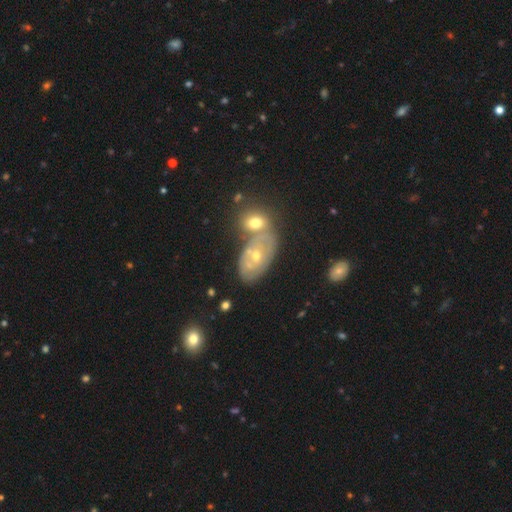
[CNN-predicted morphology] featured or disk 63%, smooth 26%, star or artifact 10%. Down the decision tree: edge-on disk — no (93%); bar — no (81%); spiral arms — yes (56%); bulge size — moderate (50%); merging — none (45%).